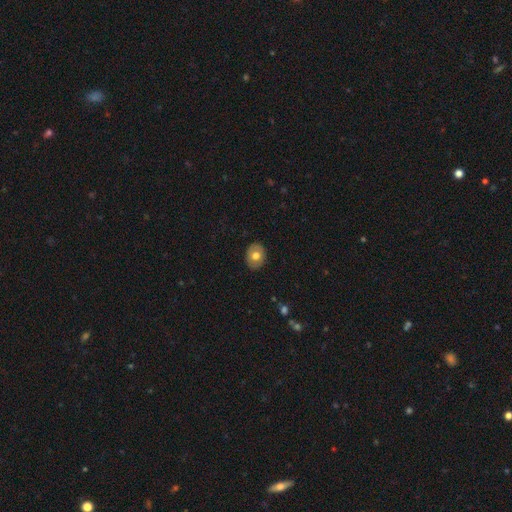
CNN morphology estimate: type=smooth (68%); roundness=in between (50%); merging=none (87%).